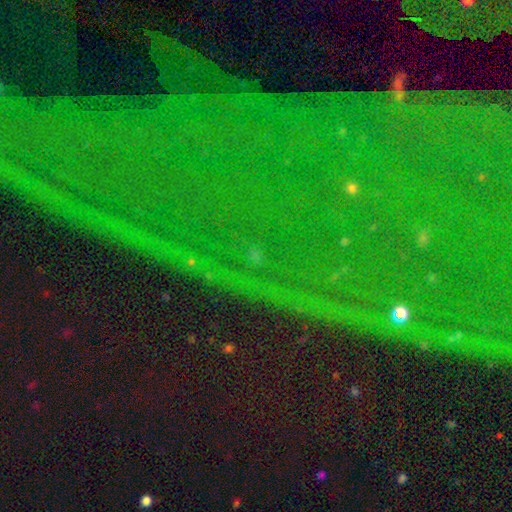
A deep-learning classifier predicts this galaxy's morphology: The model was most divided on "smooth or featured": star or artifact: 84%, featured or disk: 8%, smooth: 8%.